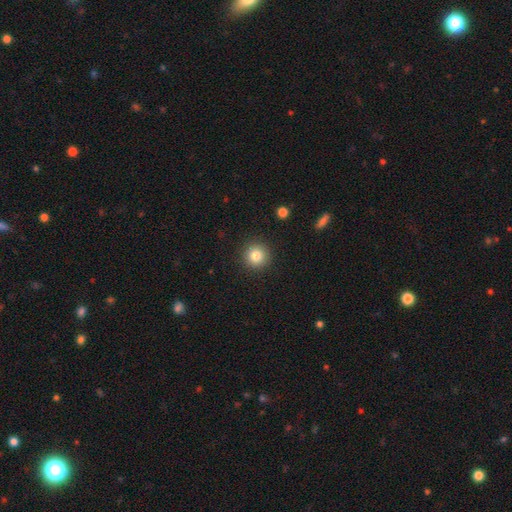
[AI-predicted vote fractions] Smooth or featured: smooth — 83% (star or artifact — 10%)
How rounded: round — 95% (in between — 4%)
Merging: none — 92% (minor disturbance — 5%)